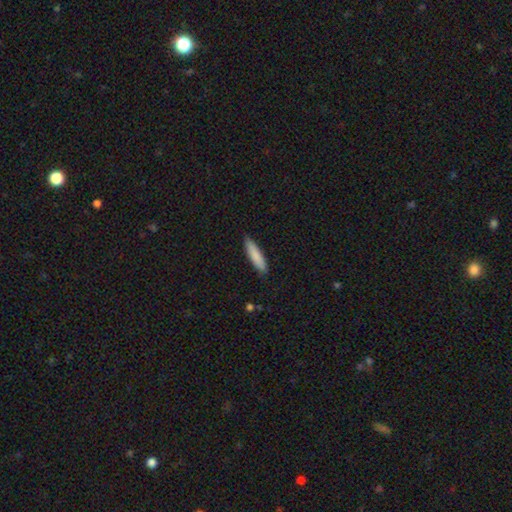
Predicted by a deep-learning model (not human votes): A smooth galaxy with no disk features (85%) that is cigar-shaped (77%).

Vote fractions:
- Smooth or featured? smooth: 85% / featured or disk: 9% / star or artifact: 6%
- How rounded? cigar-shaped: 77% / in between: 22% / round: 1%
- Merging? none: 86% / minor disturbance: 11% / major disturbance: 2% / merger: 1%